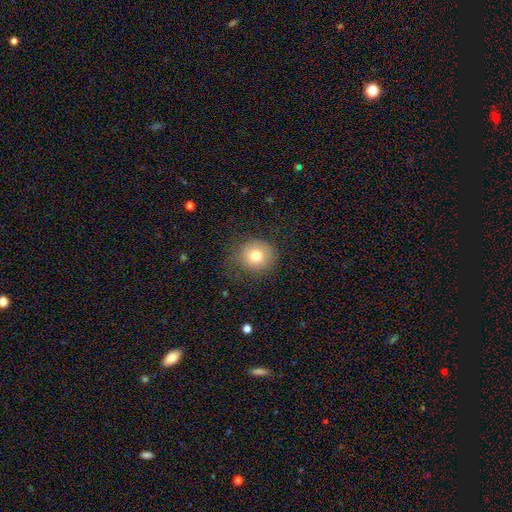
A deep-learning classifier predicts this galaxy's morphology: Smooth or featured: smooth — 75% (featured or disk — 13%)
How rounded: round — 88% (in between — 11%)
Merging: none — 76% (minor disturbance — 16%)